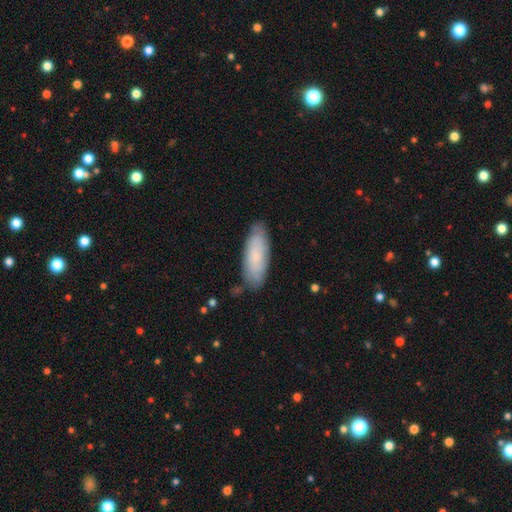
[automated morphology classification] A smooth galaxy with no disk features (72%) that is in between round and cigar-shaped (66%). Merging: none (80%).